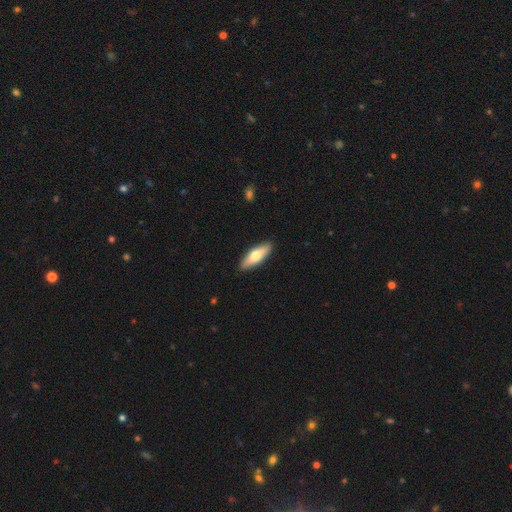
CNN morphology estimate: smooth 62%, featured or disk 33%, star or artifact 5%. Down the decision tree: how rounded — in between (54%); merging — none (90%).